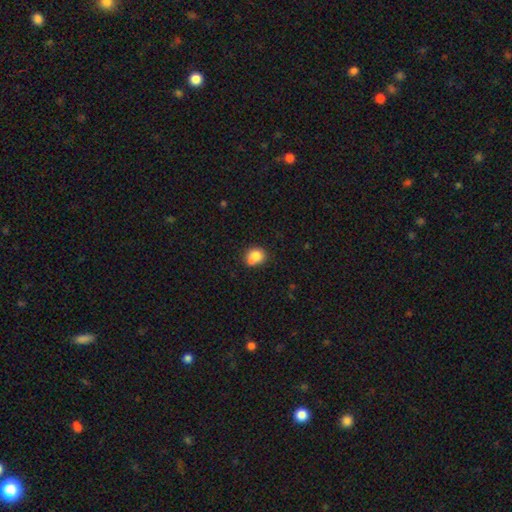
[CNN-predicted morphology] The model was most divided on "merging": none: 46%, merger: 34%, minor disturbance: 15%, major disturbance: 5%. More confident: smooth or featured — smooth (78%); how rounded — round (72%).